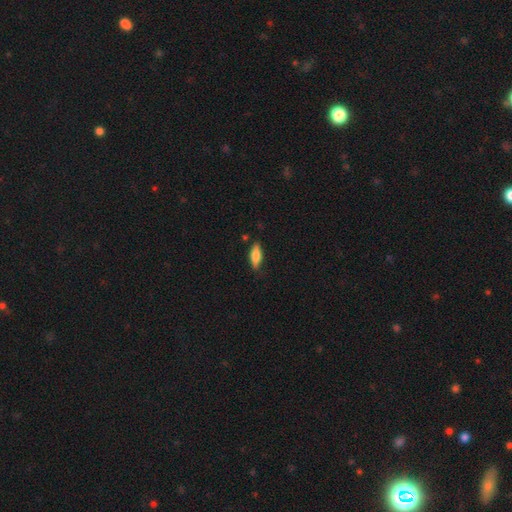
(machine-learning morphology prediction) A smooth galaxy with no disk features (78%) that is in between round and cigar-shaped (66%).

Vote fractions:
- Smooth or featured? smooth: 78% / featured or disk: 16% / star or artifact: 6%
- How rounded? in between: 66% / cigar-shaped: 32% / round: 2%
- Merging? none: 80% / minor disturbance: 16% / major disturbance: 3% / merger: 2%